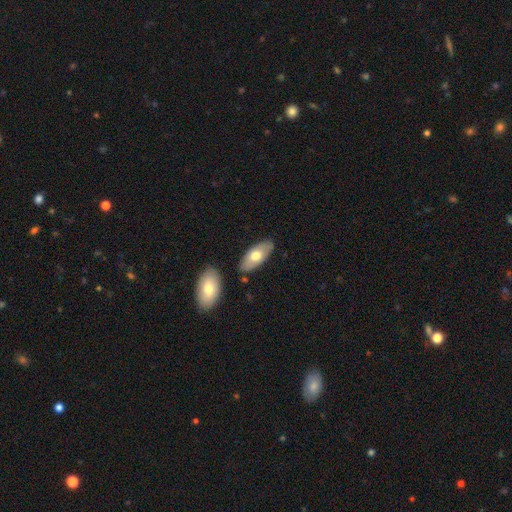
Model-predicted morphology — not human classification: The model was most divided on "smooth or featured": smooth: 65%, featured or disk: 30%, star or artifact: 5%. More confident: how rounded — in between (90%); merging — none (80%).